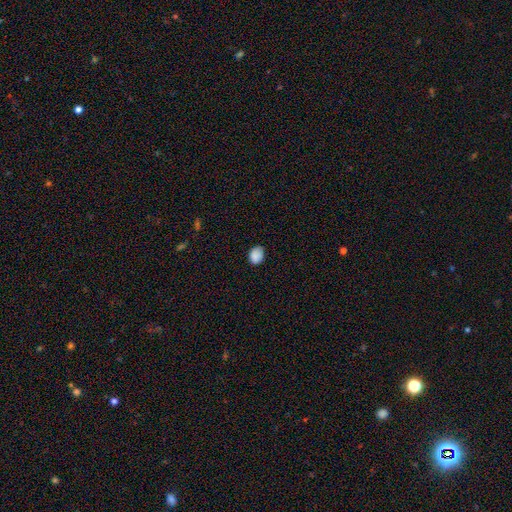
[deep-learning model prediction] Smooth or featured? Predicted: smooth (p=0.87). How rounded? Predicted: in between (p=0.57). Merging? Predicted: none (p=0.78).